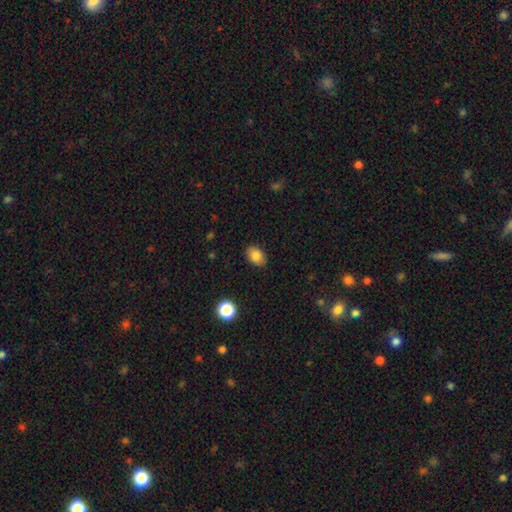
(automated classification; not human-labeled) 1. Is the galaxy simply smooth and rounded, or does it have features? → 84% smooth, 9% star or artifact, 7% featured or disk.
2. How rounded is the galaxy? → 81% in between, 18% round, 1% cigar-shaped.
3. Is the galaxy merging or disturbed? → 86% none, 11% minor disturbance, 2% major disturbance, 1% merger.